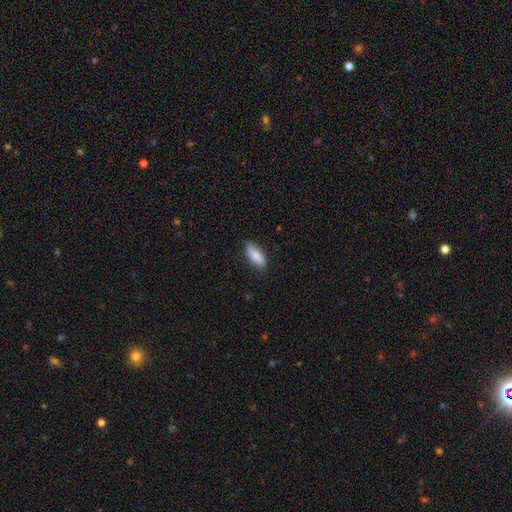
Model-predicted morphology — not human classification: type=smooth (84%); roundness=in between (72%); merging=none (84%).